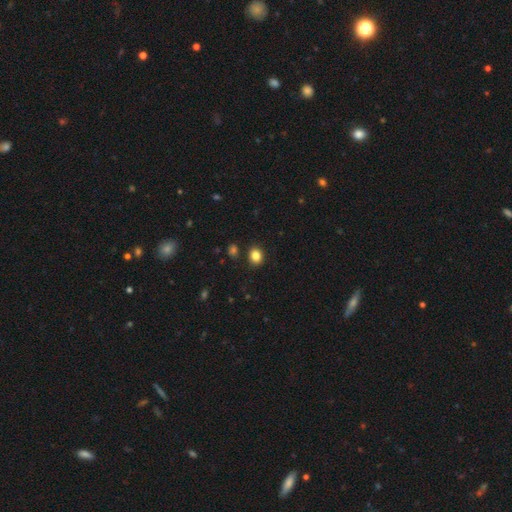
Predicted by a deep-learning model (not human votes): Morphology: type=smooth (84%); roundness=round (62%); merging=none (88%).